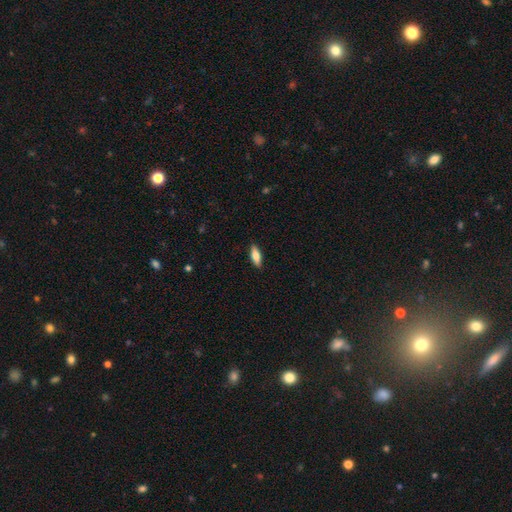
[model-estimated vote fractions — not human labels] Smooth or featured?
  - smooth: 74% *
  - featured or disk: 20%
  - star or artifact: 6%
How rounded?
  - in between: 63% *
  - cigar-shaped: 35%
  - round: 2%
Merging?
  - none: 89% *
  - minor disturbance: 8%
  - major disturbance: 2%
  - merger: 1%